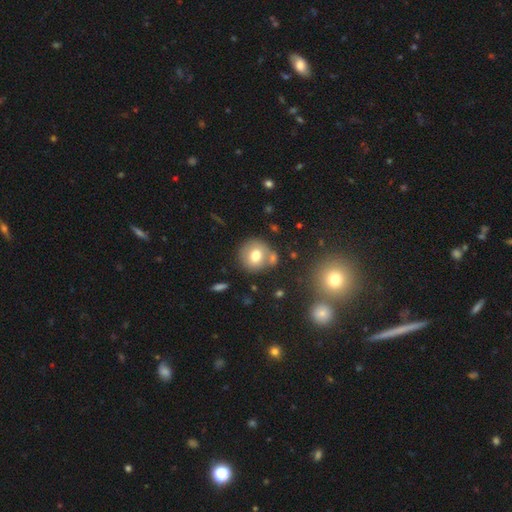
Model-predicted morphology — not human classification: Smooth or featured? smooth (71%)
How rounded? round (86%)
Merging? none (66%)